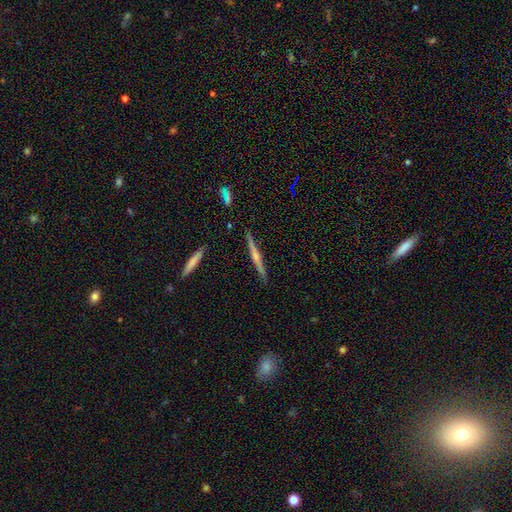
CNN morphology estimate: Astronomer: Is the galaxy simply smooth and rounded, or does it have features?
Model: featured or disk — 71%.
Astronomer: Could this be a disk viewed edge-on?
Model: yes — 98%.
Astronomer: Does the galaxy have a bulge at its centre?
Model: rounded — 74%.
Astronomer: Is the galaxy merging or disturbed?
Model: none — 89%.